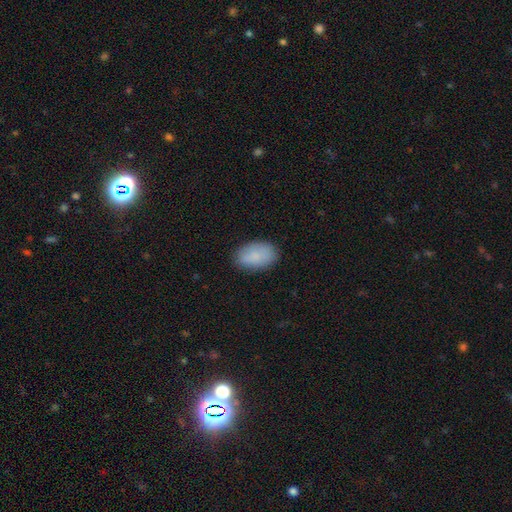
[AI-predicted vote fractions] Overall: smooth (86%). How rounded: in between (91%). Merging: none (83%).